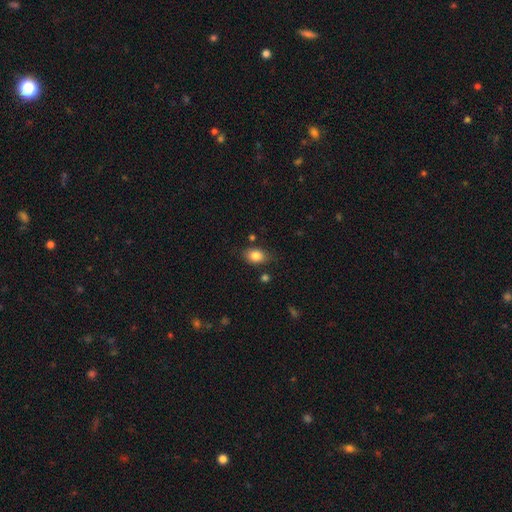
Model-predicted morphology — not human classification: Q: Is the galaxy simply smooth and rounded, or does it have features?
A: smooth — 84%.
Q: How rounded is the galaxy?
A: in between — 76%.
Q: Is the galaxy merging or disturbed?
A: none — 78%.